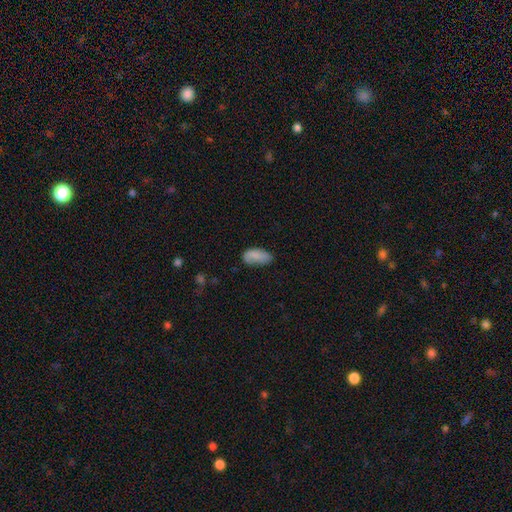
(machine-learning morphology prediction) Overall: smooth (79%). How rounded: in between (93%). Merging: none (55%; minor disturbance 33%).